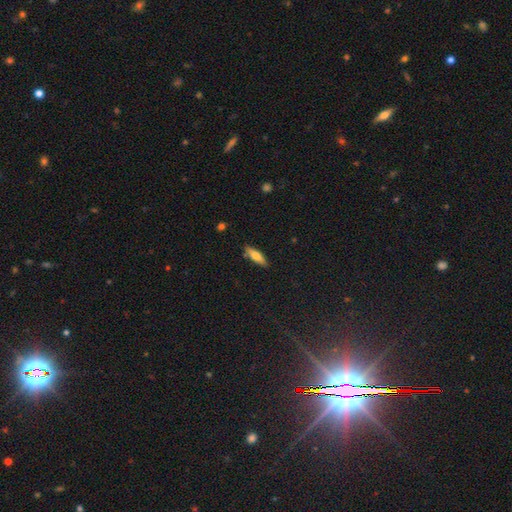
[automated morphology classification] Smooth or featured? Predicted: smooth (p=0.66). How rounded? Predicted: cigar-shaped (p=0.51). Merging? Predicted: none (p=0.83).